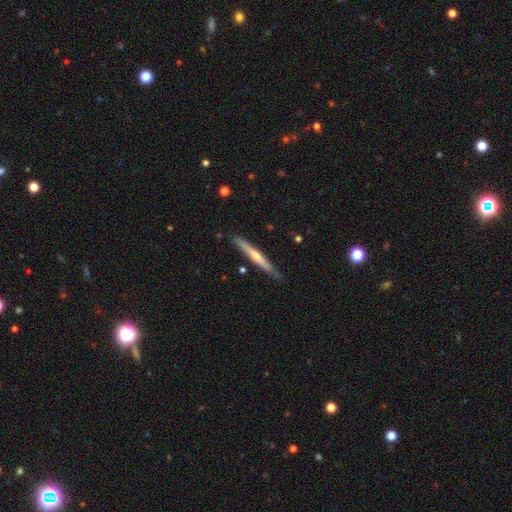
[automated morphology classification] The model was most divided on "smooth or featured": featured or disk: 66%, smooth: 28%, star or artifact: 5%. More confident: edge-on disk — yes (97%); merging — none (84%); edge-on bulge — rounded (74%).